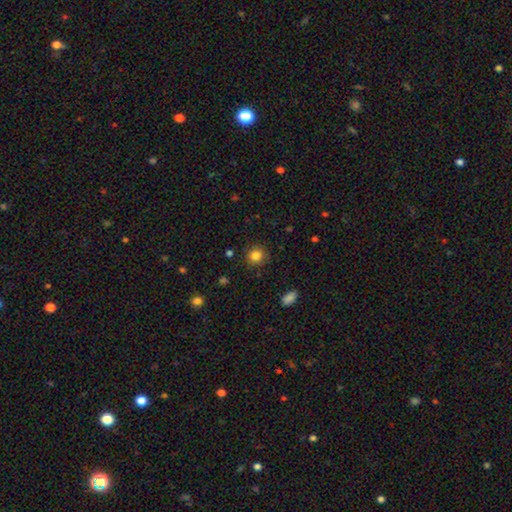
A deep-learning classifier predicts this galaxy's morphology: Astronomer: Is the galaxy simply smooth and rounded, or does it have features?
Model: smooth — 83%.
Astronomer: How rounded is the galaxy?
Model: round — 90%.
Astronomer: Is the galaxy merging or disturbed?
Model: none — 90%.